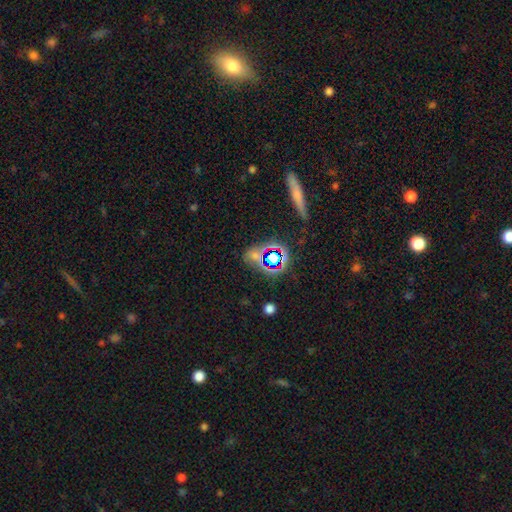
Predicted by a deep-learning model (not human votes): A star or artifact, not a galaxy (54%).

Vote fractions:
- Smooth or featured? star or artifact: 54% / smooth: 32% / featured or disk: 15%